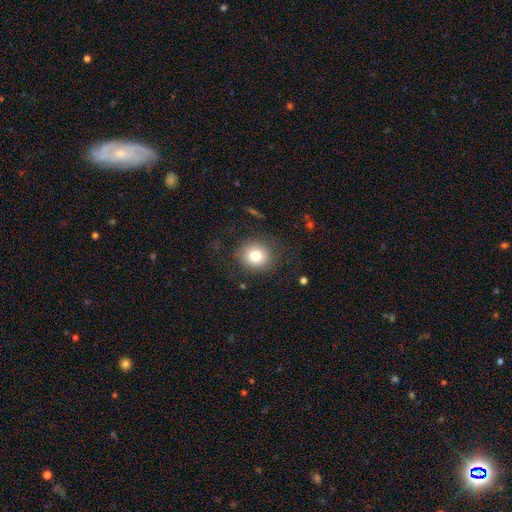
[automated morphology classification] A smooth galaxy with no disk features (78%) that is round (85%). Merging: none (82%).